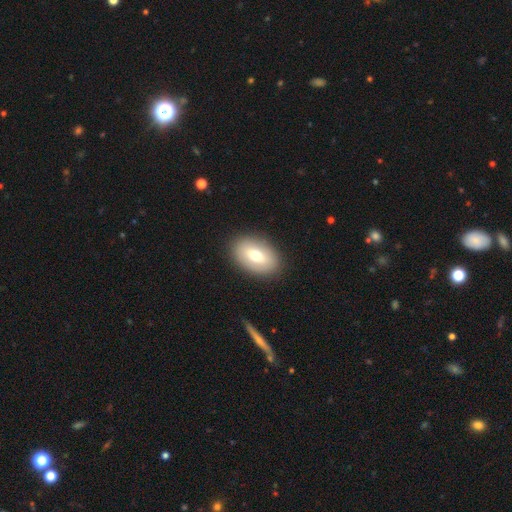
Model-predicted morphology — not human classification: Overall: smooth (69%). How rounded: in between (88%). Merging: none (88%).